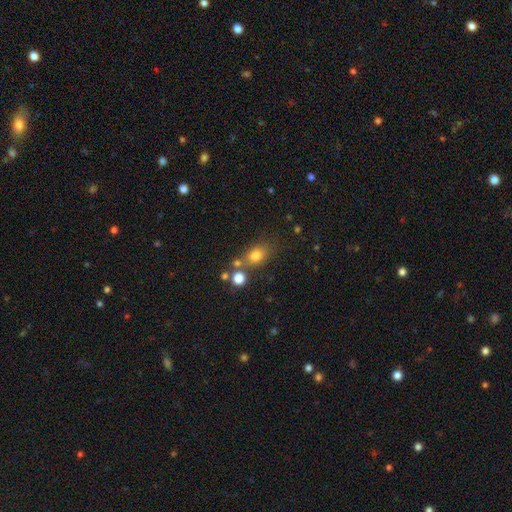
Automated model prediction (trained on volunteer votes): Smooth or featured?
  - smooth: 77% *
  - star or artifact: 13%
  - featured or disk: 10%
How rounded?
  - in between: 63% *
  - round: 34%
  - cigar-shaped: 3%
Merging?
  - none: 58% *
  - merger: 20%
  - minor disturbance: 15%
  - major disturbance: 7%